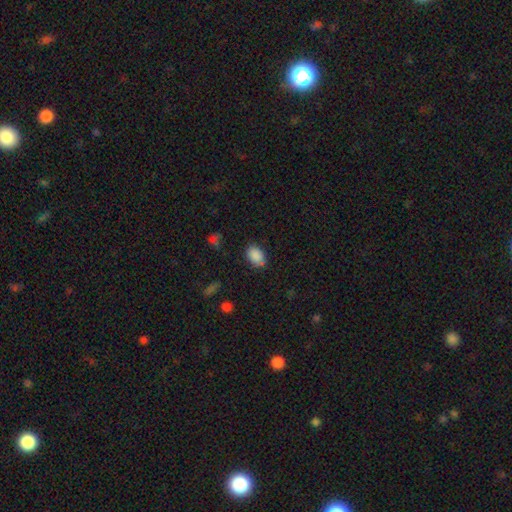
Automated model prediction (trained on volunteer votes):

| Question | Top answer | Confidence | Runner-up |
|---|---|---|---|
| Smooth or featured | smooth | 87% | star or artifact (9%) |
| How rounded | in between | 82% | round (17%) |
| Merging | none | 76% | minor disturbance (17%) |